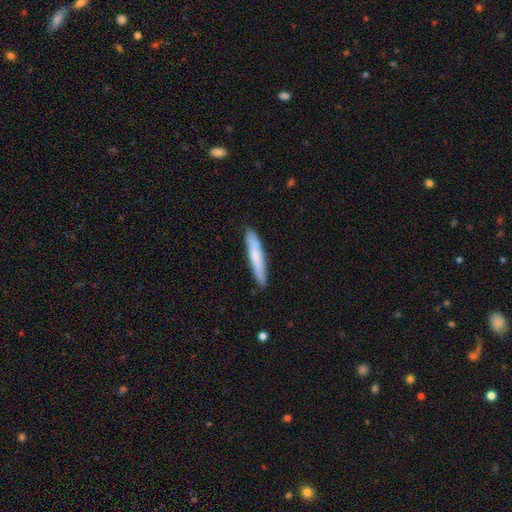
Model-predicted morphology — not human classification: Smooth or featured?
  - smooth: 67% *
  - featured or disk: 27%
  - star or artifact: 5%
How rounded?
  - cigar-shaped: 92% *
  - in between: 7%
  - round: 1%
Merging?
  - none: 86% *
  - minor disturbance: 11%
  - major disturbance: 2%
  - merger: 1%